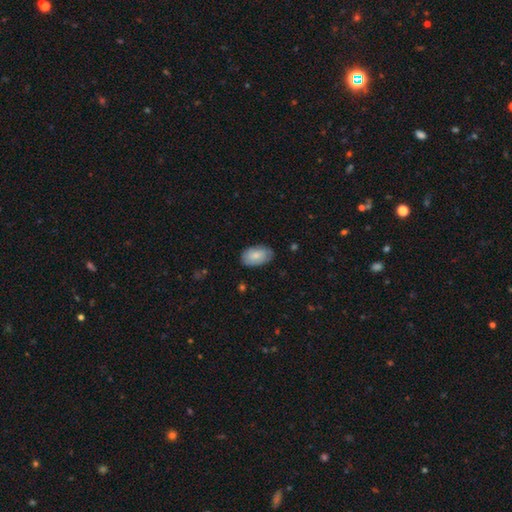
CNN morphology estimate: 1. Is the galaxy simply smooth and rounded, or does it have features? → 78% smooth, 17% featured or disk, 6% star or artifact.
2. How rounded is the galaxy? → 93% in between, 5% round, 1% cigar-shaped.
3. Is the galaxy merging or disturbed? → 78% none, 18% minor disturbance, 3% major disturbance, 1% merger.